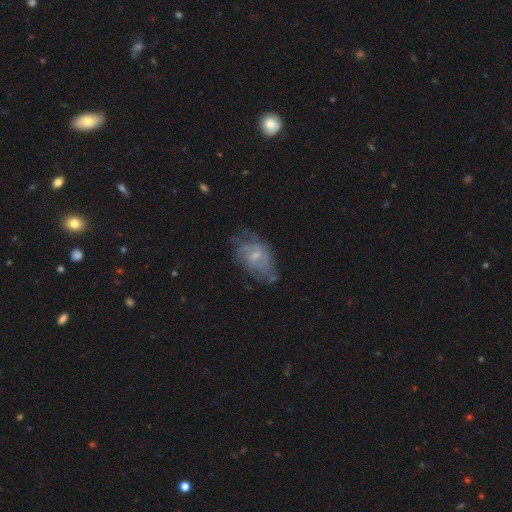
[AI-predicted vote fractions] smooth_or_featured: featured or disk (p=0.71) [alt: smooth p=0.21]
disk_edge_on: no (p=0.96) [alt: yes p=0.04]
bar: weak (p=0.49) [alt: no p=0.44]
has_spiral_arms: yes (p=0.78) [alt: no p=0.22]
spiral_winding: tight (p=0.44) [alt: medium p=0.39]
spiral_arm_count: can't tell (p=0.50) [alt: 2 p=0.22]
bulge_size: small (p=0.60) [alt: moderate p=0.30]
merging: none (p=0.52) [alt: minor disturbance p=0.27]